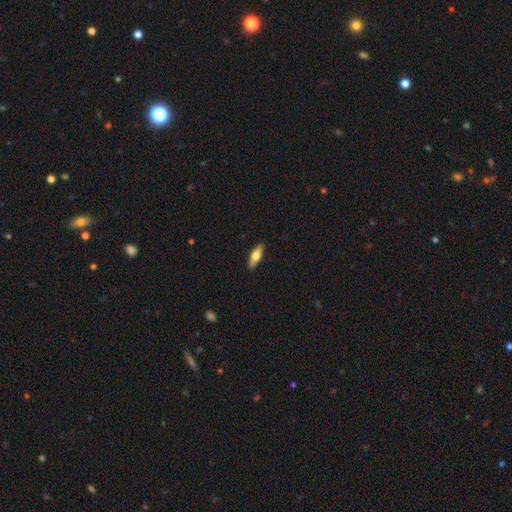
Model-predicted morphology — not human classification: Smooth or featured? Predicted: smooth (p=0.60). How rounded? Predicted: in between (p=0.56). Merging? Predicted: none (p=0.88).